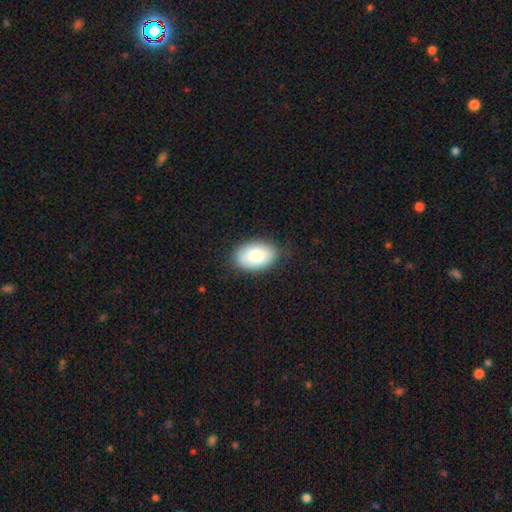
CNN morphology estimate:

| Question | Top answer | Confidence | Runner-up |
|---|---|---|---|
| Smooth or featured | smooth | 86% | featured or disk (8%) |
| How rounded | in between | 91% | round (8%) |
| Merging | none | 81% | minor disturbance (14%) |